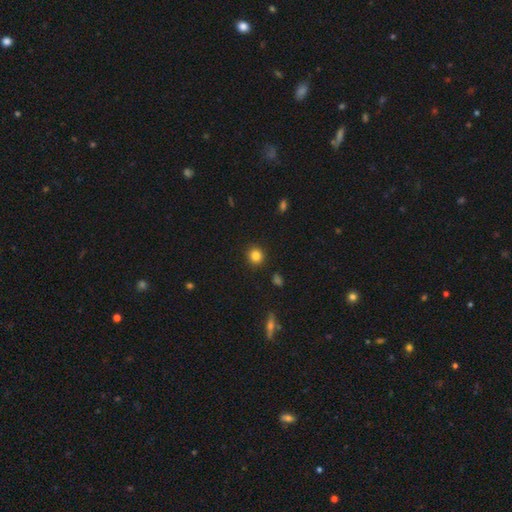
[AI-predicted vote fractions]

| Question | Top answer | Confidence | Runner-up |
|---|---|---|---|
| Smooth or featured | smooth | 83% | star or artifact (11%) |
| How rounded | round | 90% | in between (9%) |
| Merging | none | 91% | minor disturbance (5%) |